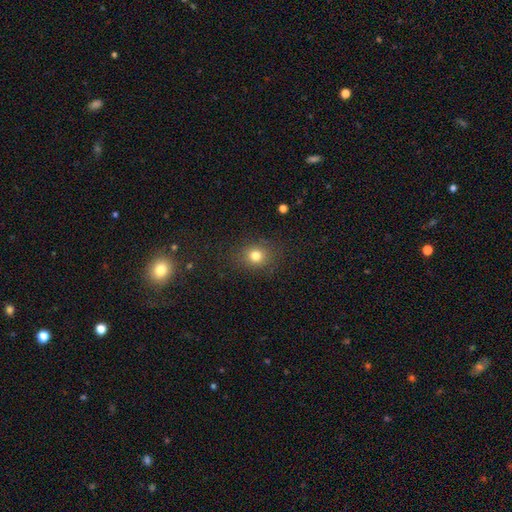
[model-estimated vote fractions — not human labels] Smooth or featured?
  - smooth: 78% *
  - star or artifact: 14%
  - featured or disk: 8%
How rounded?
  - round: 70% *
  - in between: 29%
  - cigar-shaped: 1%
Merging?
  - none: 84% *
  - minor disturbance: 10%
  - major disturbance: 4%
  - merger: 1%